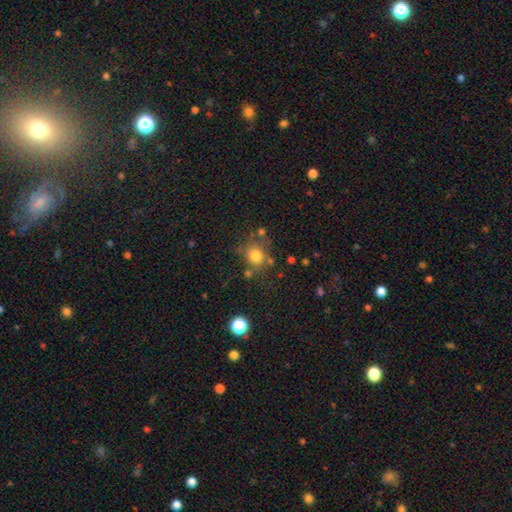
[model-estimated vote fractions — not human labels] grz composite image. It shows a smooth galaxy with no disk features (77%) that is round (81%). Merging: none (68%).